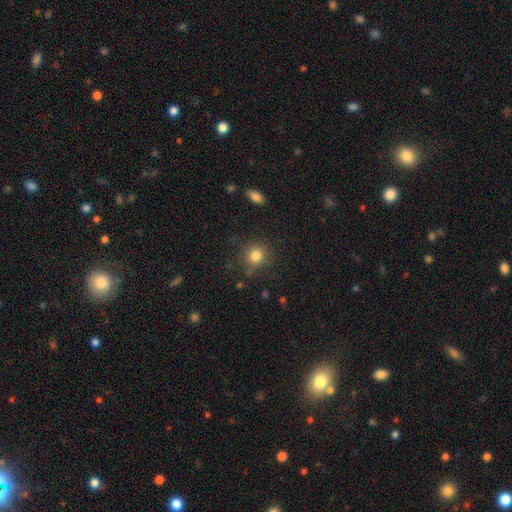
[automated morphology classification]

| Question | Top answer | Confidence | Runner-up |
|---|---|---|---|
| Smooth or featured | smooth | 83% | star or artifact (11%) |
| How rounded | round | 87% | in between (12%) |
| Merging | none | 83% | minor disturbance (11%) |